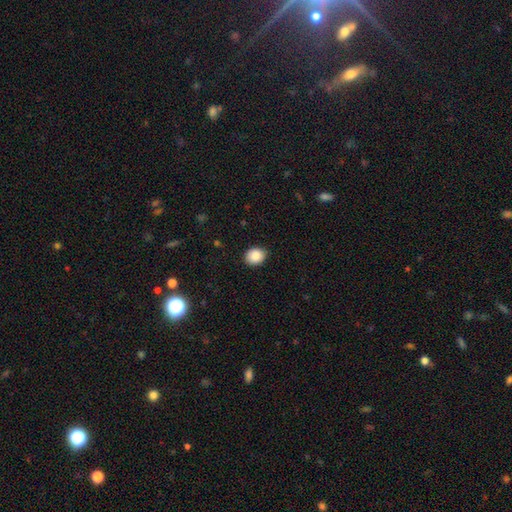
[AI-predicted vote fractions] Q: Smooth or featured?
A: smooth (88%); runner-up: star or artifact (8%)
Q: How rounded?
A: round (52%); runner-up: in between (47%)
Q: Merging?
A: none (87%); runner-up: minor disturbance (10%)